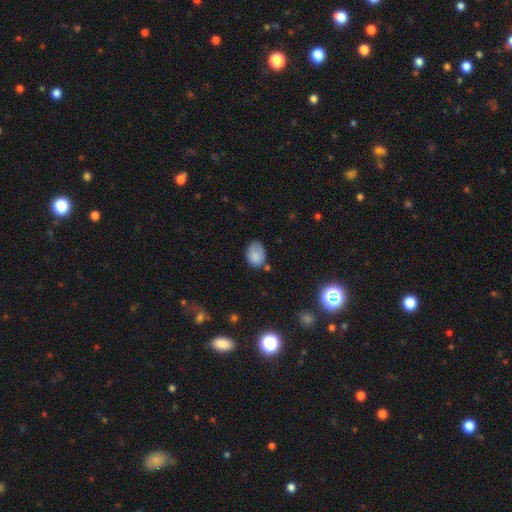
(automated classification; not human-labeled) smooth-or-featured: smooth: 82% | star or artifact: 10% | featured or disk: 8%
  how-rounded: in between: 72% | round: 27% | cigar-shaped: 1%
  merging: none: 58% | minor disturbance: 30% | major disturbance: 7% | merger: 5%